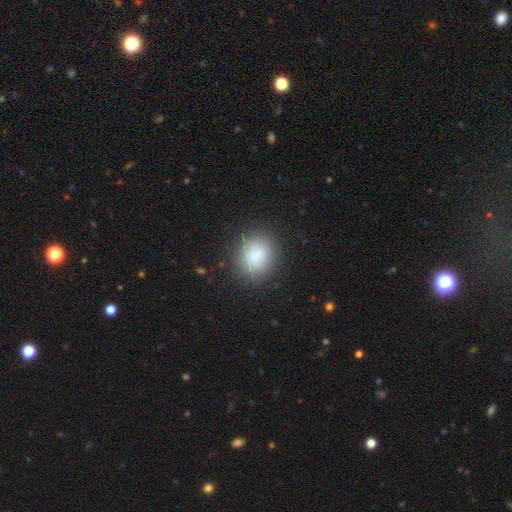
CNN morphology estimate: This appears to be a smooth galaxy with no disk features (86%) that is round (70%). Merging: none (85%).